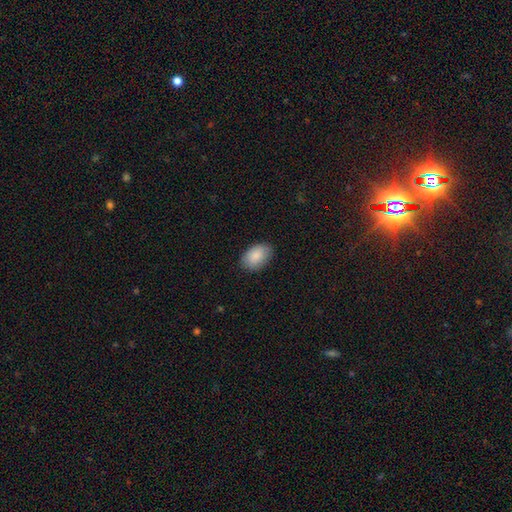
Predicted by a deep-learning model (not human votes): Q: Smooth or featured?
A: smooth (89%); runner-up: star or artifact (6%)
Q: How rounded?
A: in between (90%); runner-up: round (9%)
Q: Merging?
A: none (84%); runner-up: minor disturbance (12%)